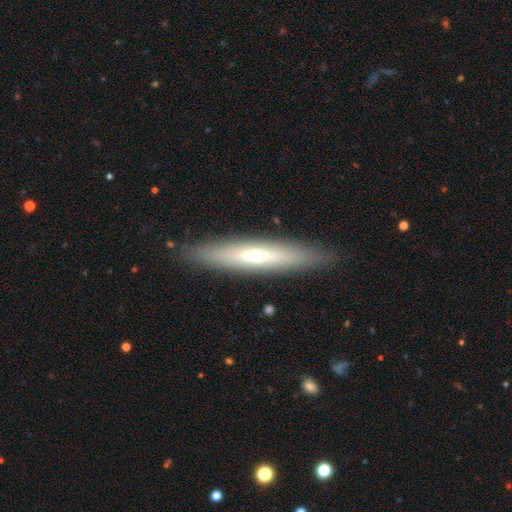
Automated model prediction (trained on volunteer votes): A smooth galaxy with no disk features (48%).

Vote fractions:
- Smooth or featured? smooth: 48% / featured or disk: 45% / star or artifact: 7%
- Merging? none: 89% / minor disturbance: 8% / major disturbance: 2% / merger: 1%